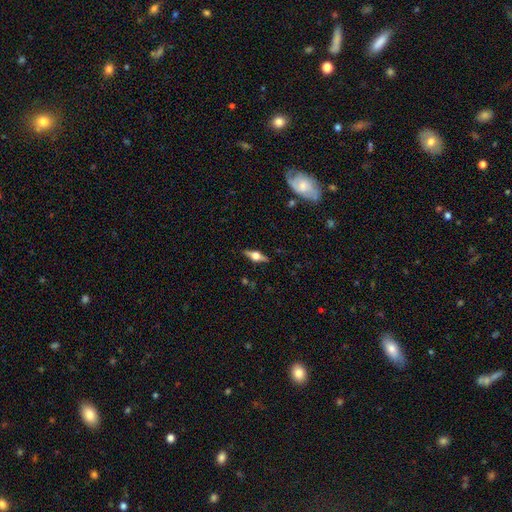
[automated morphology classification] Smooth or featured? featured or disk (70%)
Edge-on disk? yes (96%)
Edge-on bulge? rounded (94%)
Merging? none (87%)